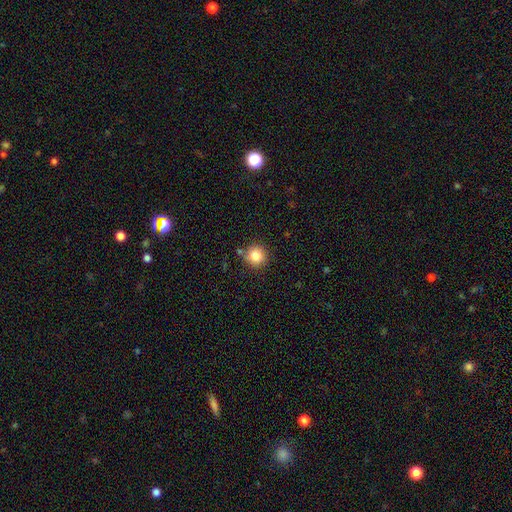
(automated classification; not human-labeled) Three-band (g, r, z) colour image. It shows a smooth galaxy with no disk features (83%) that is round (94%). Merging: none (83%).